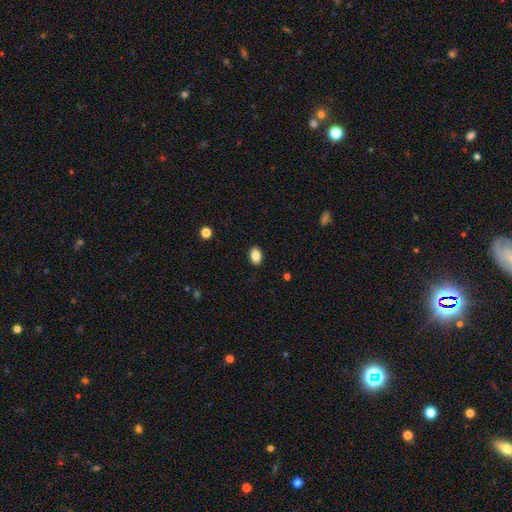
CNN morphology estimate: A smooth galaxy with no disk features (85%) that is in between round and cigar-shaped (83%).

Vote fractions:
- Smooth or featured? smooth: 85% / star or artifact: 9% / featured or disk: 6%
- How rounded? in between: 83% / round: 15% / cigar-shaped: 1%
- Merging? none: 89% / minor disturbance: 8% / major disturbance: 2% / merger: 1%